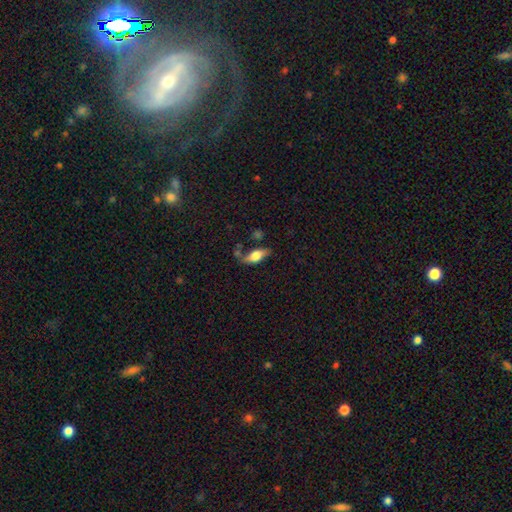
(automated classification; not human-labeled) A smooth galaxy with no disk features (60%) that is in between round and cigar-shaped (75%).

Vote fractions:
- Smooth or featured? smooth: 60% / featured or disk: 33% / star or artifact: 7%
- How rounded? in between: 75% / cigar-shaped: 21% / round: 4%
- Merging? none: 58% / minor disturbance: 24% / merger: 9% / major disturbance: 9%